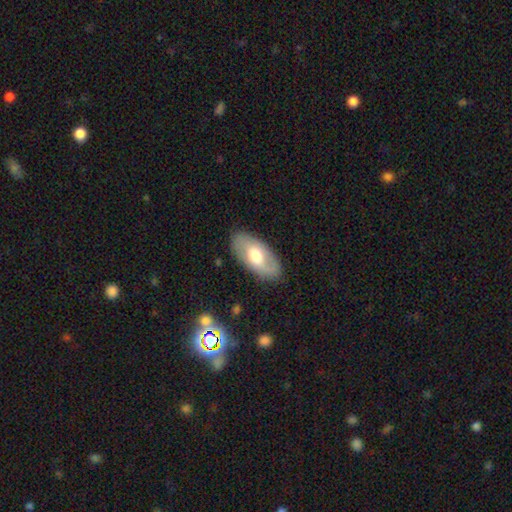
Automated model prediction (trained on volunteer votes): smooth 48%, featured or disk 46%, star or artifact 6%. Down the decision tree: merging — none (84%).